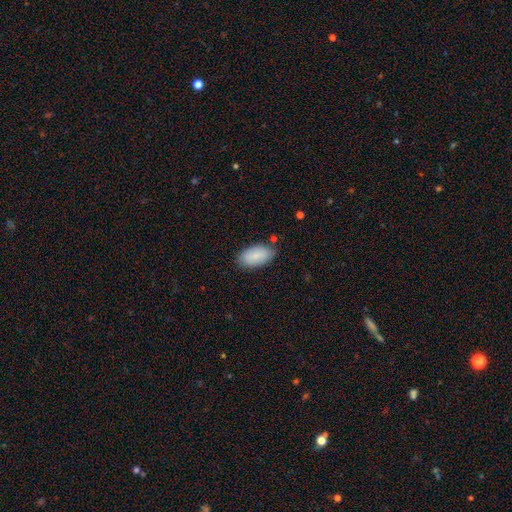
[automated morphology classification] Overall: smooth (85%). How rounded: in between (95%). Merging: none (79%).